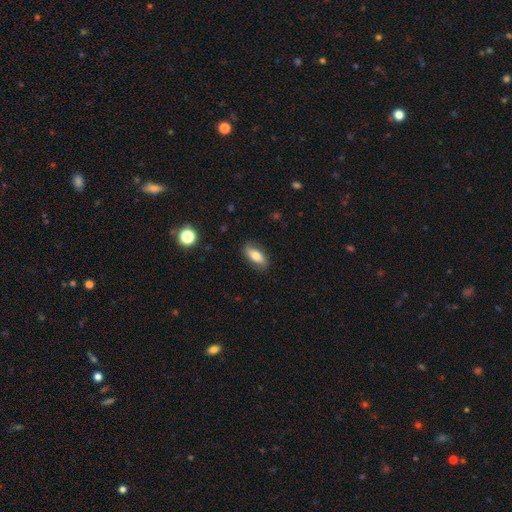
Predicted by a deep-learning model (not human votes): smooth 68%, featured or disk 24%, star or artifact 7%. Down the decision tree: how rounded — in between (77%); merging — none (82%).